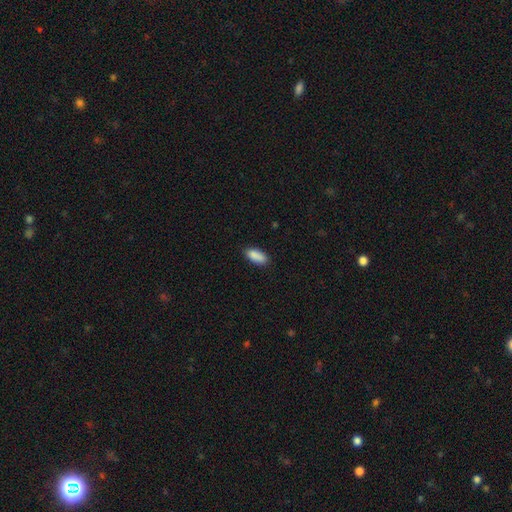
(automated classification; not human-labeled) This appears to be a smooth galaxy with no disk features (89%) that is in between round and cigar-shaped (85%). Merging: none (82%).